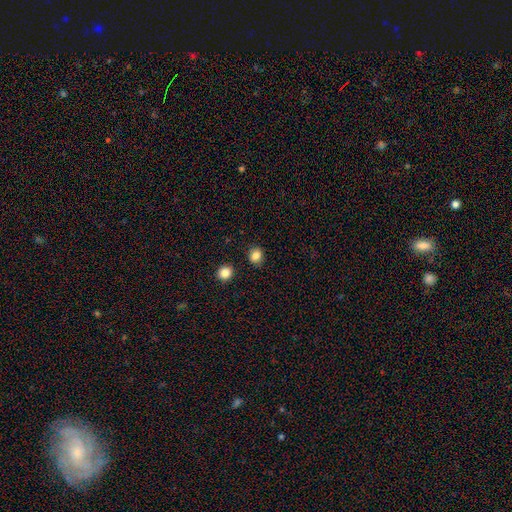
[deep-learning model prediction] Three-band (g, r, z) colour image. It shows a smooth galaxy with no disk features (85%) that is round (70%). Merging: none (87%).